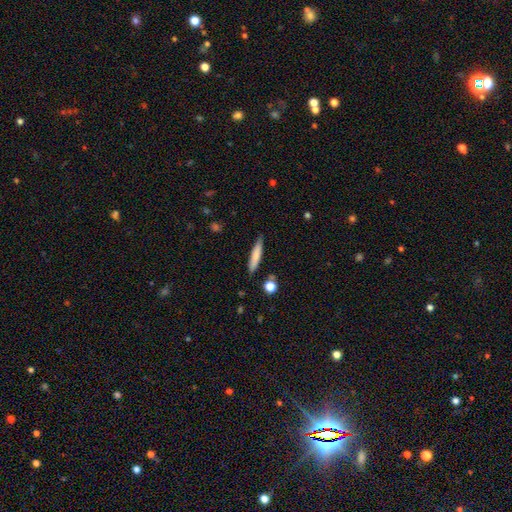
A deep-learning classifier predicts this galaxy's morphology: This appears to be a smooth galaxy with no disk features (74%) that is cigar-shaped (88%). Merging: none (83%).